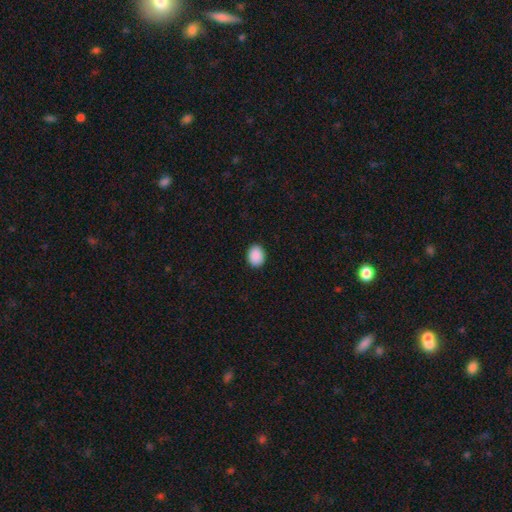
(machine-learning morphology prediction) This appears to be a smooth galaxy with no disk features (90%) that is in between round and cigar-shaped (54%). Merging: none (91%).